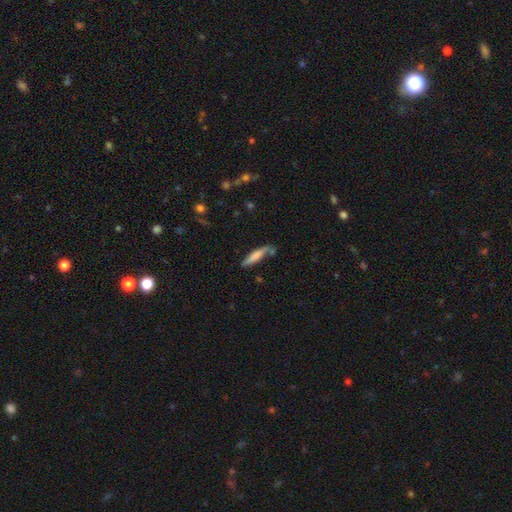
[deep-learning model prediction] Smooth or featured: smooth — 70% (featured or disk — 24%)
How rounded: cigar-shaped — 85% (in between — 13%)
Merging: none — 67% (minor disturbance — 20%)